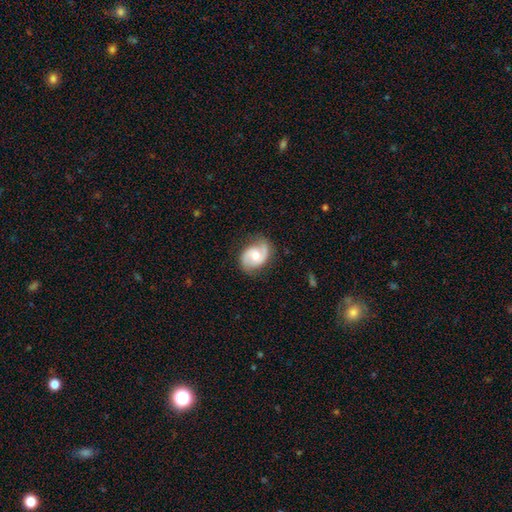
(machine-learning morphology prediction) smooth-or-featured: featured or disk: 75% | smooth: 19% | star or artifact: 6%
  disk-edge-on: no: 97% | yes: 3%
    bar: no: 58% | weak: 35% | strong: 7%
    has-spiral-arms: yes: 93% | no: 7%
      spiral-winding: medium: 47% | tight: 30% | loose: 24%
      spiral-arm-count: 2: 81% | 1: 10% | can't tell: 6% | 3: 1% | 4: 1% | more than 4: 1%
    bulge-size: moderate: 68% | small: 24% | large: 5% | none: 1% | dominant: 1%
  merging: none: 72% | minor disturbance: 20% | major disturbance: 7% | merger: 1%